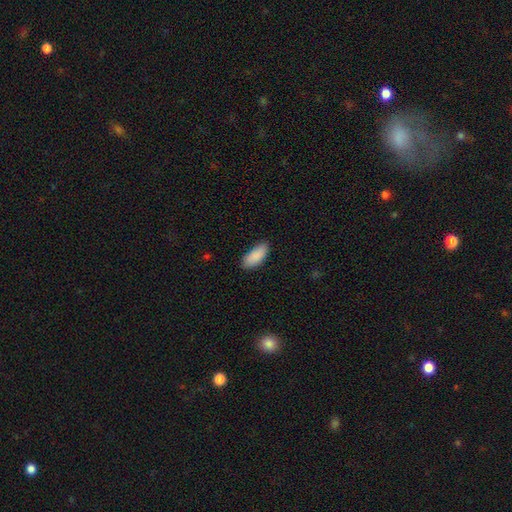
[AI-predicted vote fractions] Smooth or featured: smooth — 90% (star or artifact — 6%)
How rounded: in between — 87% (cigar-shaped — 11%)
Merging: none — 84% (minor disturbance — 12%)